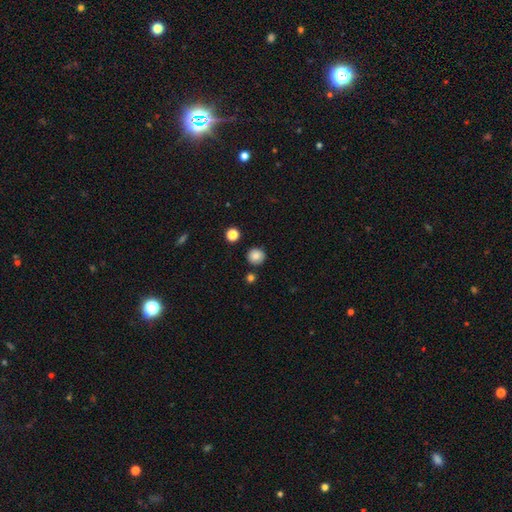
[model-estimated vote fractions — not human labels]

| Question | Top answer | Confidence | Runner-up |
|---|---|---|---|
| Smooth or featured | smooth | 85% | star or artifact (10%) |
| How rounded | round | 93% | in between (6%) |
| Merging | none | 87% | minor disturbance (7%) |